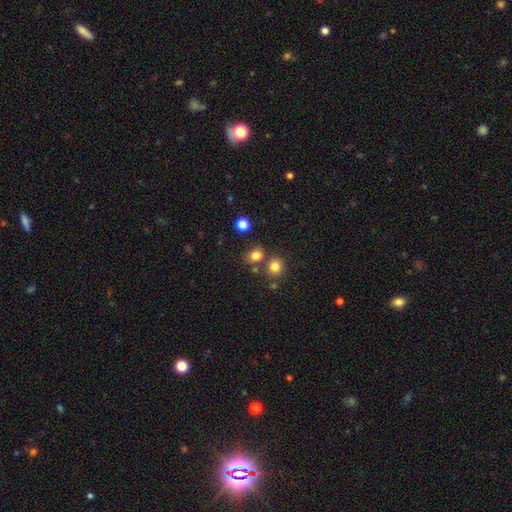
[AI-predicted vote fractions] Q: Smooth or featured?
A: smooth (79%); runner-up: star or artifact (15%)
Q: How rounded?
A: round (71%); runner-up: in between (28%)
Q: Merging?
A: none (71%); runner-up: merger (15%)